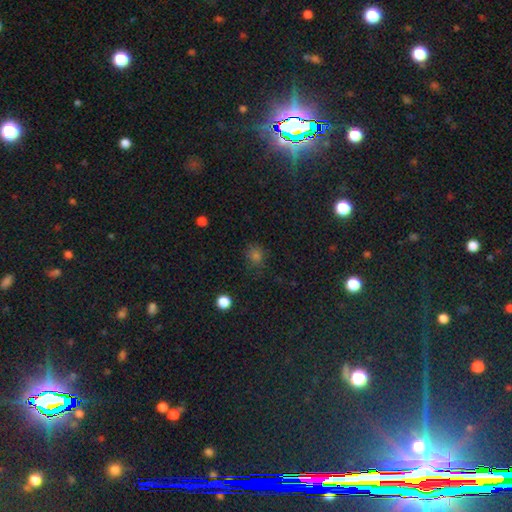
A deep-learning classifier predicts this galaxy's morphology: Overall: smooth (65%; star or artifact 29%). How rounded: round (78%). Merging: none (80%).